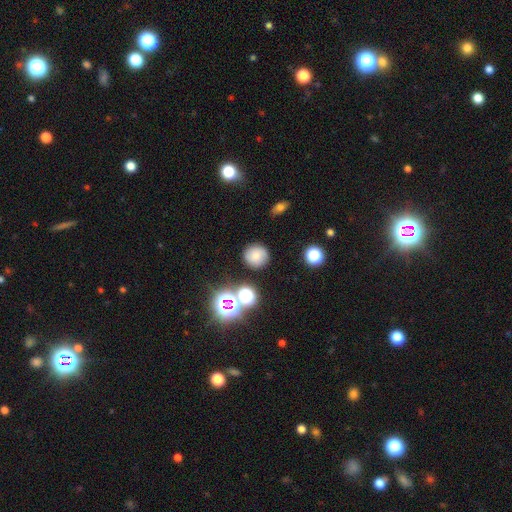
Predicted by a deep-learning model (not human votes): Smooth or featured: smooth — 72% (star or artifact — 16%)
How rounded: round — 92% (in between — 7%)
Merging: none — 86% (minor disturbance — 8%)